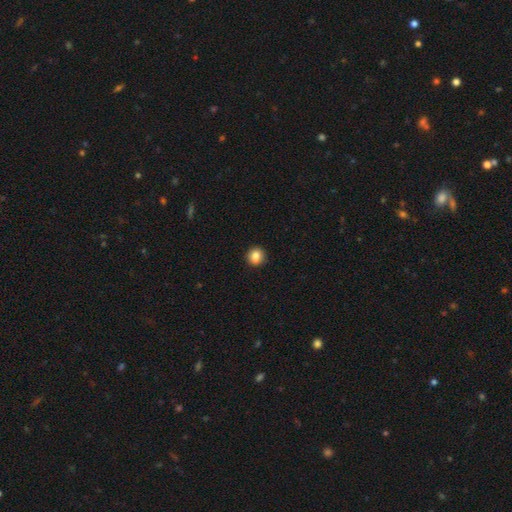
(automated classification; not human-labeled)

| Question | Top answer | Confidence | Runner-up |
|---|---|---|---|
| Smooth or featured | smooth | 86% | star or artifact (9%) |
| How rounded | round | 87% | in between (12%) |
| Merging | none | 92% | minor disturbance (6%) |